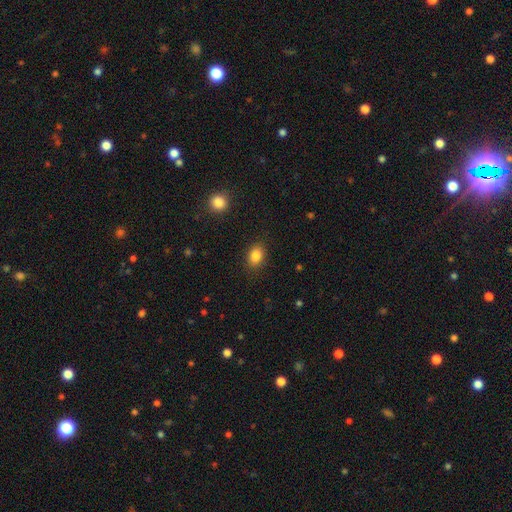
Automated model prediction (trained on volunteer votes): smooth_or_featured: smooth (p=0.86) [alt: star or artifact p=0.10]
how_rounded: in between (p=0.73) [alt: round p=0.26]
merging: none (p=0.86) [alt: minor disturbance p=0.10]